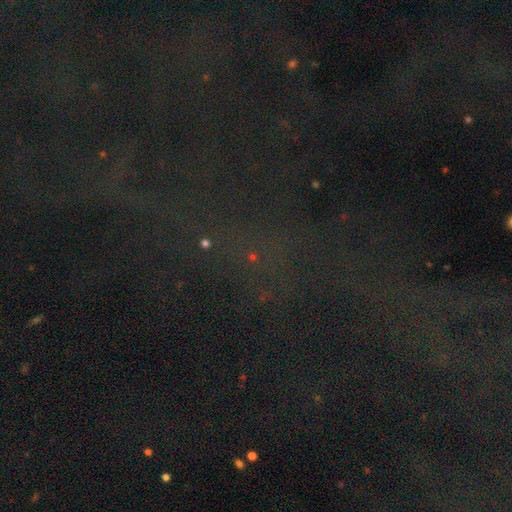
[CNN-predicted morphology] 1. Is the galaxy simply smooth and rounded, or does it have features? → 78% star or artifact, 12% smooth, 10% featured or disk.